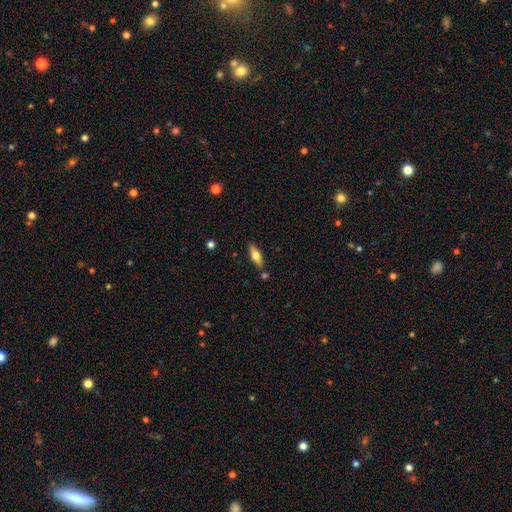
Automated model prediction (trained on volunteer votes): Morphology: type=smooth (64%); roundness=in between (59%); merging=none (80%).